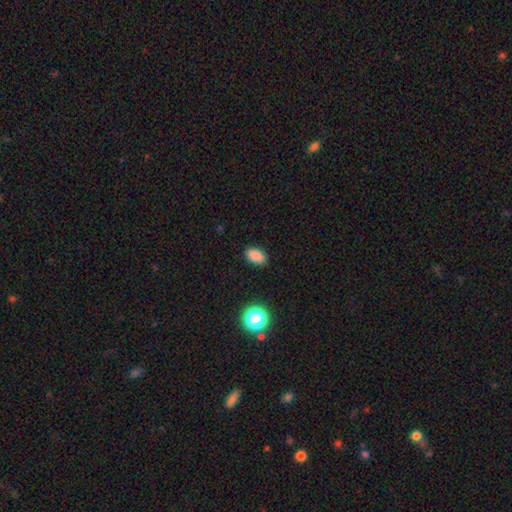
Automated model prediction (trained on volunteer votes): A smooth galaxy with no disk features (85%) that is in between round and cigar-shaped (90%). Merging: none (88%).